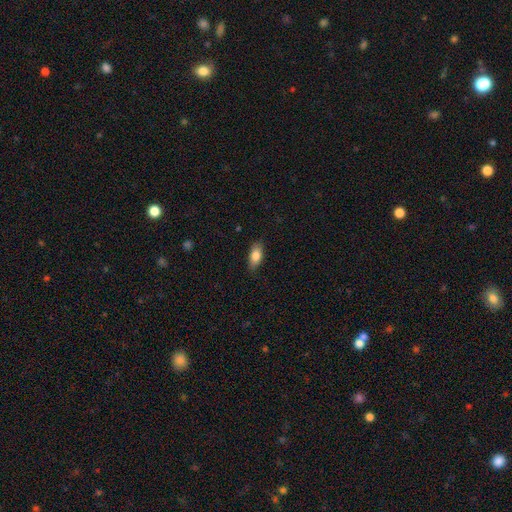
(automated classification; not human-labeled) smooth-or-featured: smooth: 81% | featured or disk: 12% | star or artifact: 7%
  how-rounded: in between: 85% | cigar-shaped: 11% | round: 4%
  merging: none: 84% | minor disturbance: 13% | major disturbance: 2% | merger: 1%